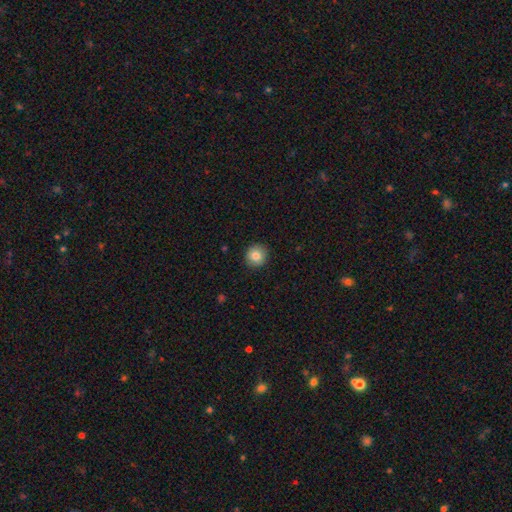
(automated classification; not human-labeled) Q: Smooth or featured?
A: smooth (84%); runner-up: star or artifact (9%)
Q: How rounded?
A: round (91%); runner-up: in between (8%)
Q: Merging?
A: none (91%); runner-up: minor disturbance (7%)